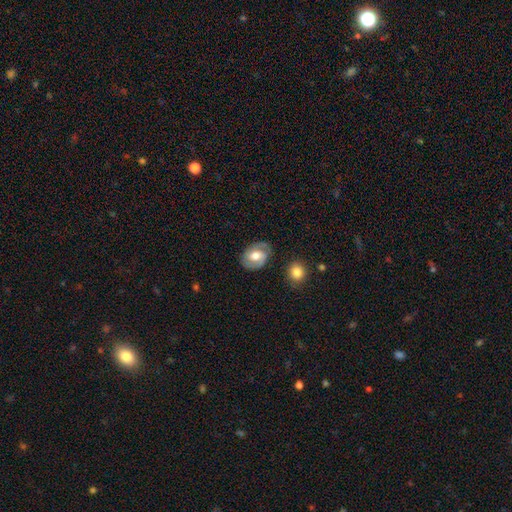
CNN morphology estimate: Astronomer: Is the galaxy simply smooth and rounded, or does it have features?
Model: featured or disk — 64%.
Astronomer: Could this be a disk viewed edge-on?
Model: no — 97%.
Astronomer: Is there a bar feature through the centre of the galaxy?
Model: weak — 45% (runner-up: no, 39%).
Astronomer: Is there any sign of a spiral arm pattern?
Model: yes — 83%.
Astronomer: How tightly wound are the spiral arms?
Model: medium — 45% (runner-up: tight, 41%).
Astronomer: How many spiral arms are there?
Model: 2 — 83%.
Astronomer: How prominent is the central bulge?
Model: moderate — 66%.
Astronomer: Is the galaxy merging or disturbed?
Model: none — 76%.